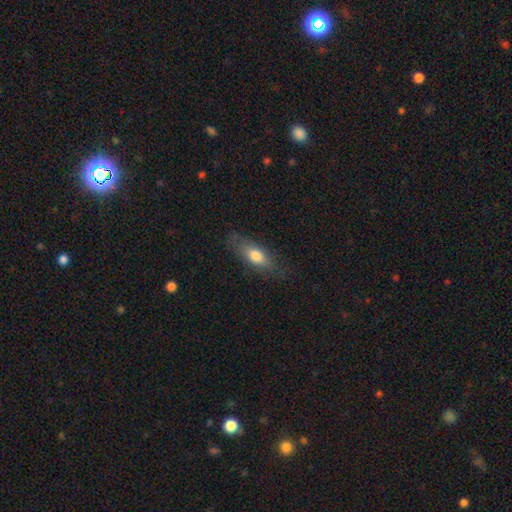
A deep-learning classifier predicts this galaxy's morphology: Smooth or featured: smooth — 72% (featured or disk — 22%)
How rounded: in between — 71% (cigar-shaped — 26%)
Merging: none — 72% (minor disturbance — 19%)